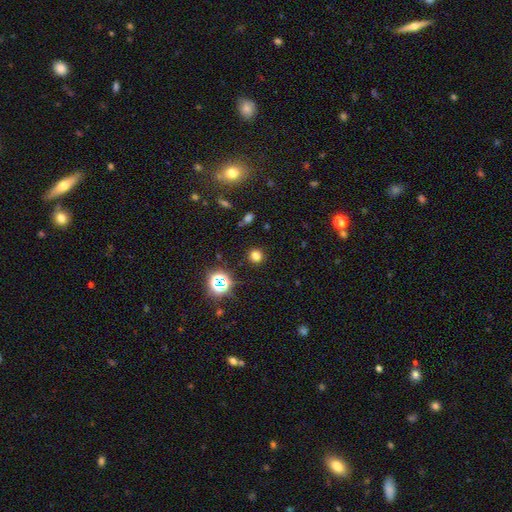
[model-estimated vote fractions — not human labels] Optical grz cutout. It shows a smooth galaxy with no disk features (74%) that is round (90%). Merging: none (90%).